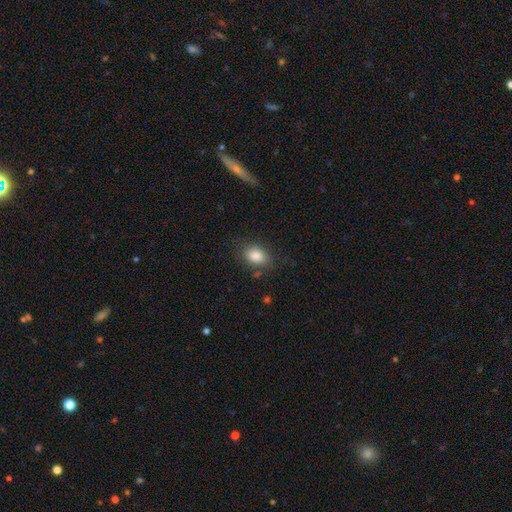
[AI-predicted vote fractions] smooth_or_featured: smooth (p=0.85) [alt: star or artifact p=0.08]
how_rounded: in between (p=0.74) [alt: round p=0.25]
merging: none (p=0.77) [alt: minor disturbance p=0.15]